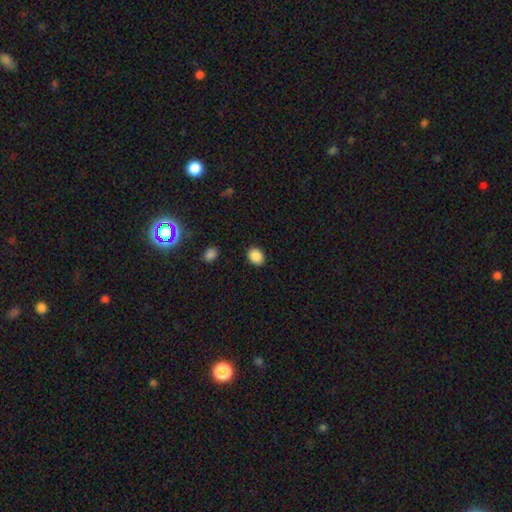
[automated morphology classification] This is clearly a smooth galaxy (87%). How rounded: possibly in between (54%). Merging: clearly none (88%).